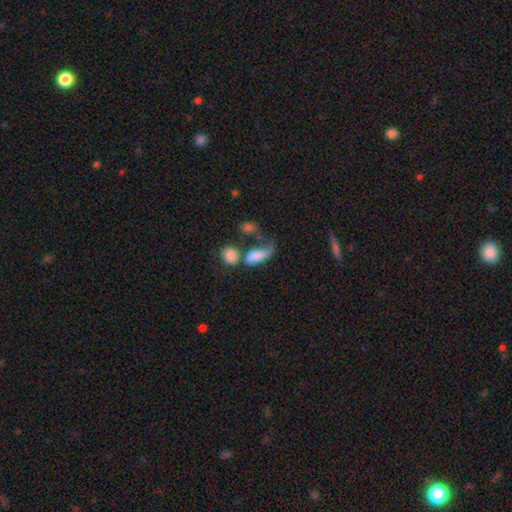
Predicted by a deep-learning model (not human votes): Smooth or featured? Predicted: smooth (p=0.65). How rounded? Predicted: in between (p=0.74). Merging? Predicted: merger (p=0.32).